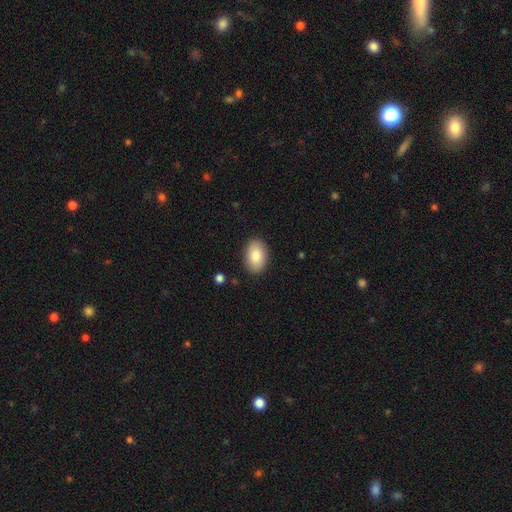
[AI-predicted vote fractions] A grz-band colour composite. It shows a smooth galaxy with no disk features (85%) that is in between round and cigar-shaped (90%). Merging: none (88%).